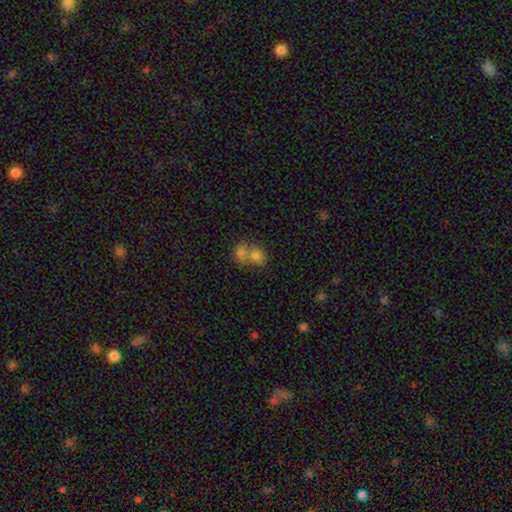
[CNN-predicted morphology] This appears to be a smooth galaxy with no disk features (73%) that is round (63%). Merging: merger (68%).